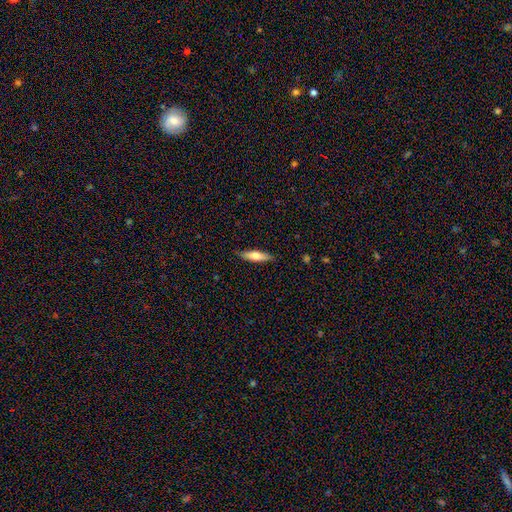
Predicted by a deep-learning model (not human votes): smooth_or_featured: smooth (p=0.67) [alt: featured or disk p=0.28]
how_rounded: cigar-shaped (p=0.64) [alt: in between p=0.34]
merging: none (p=0.86) [alt: minor disturbance p=0.11]